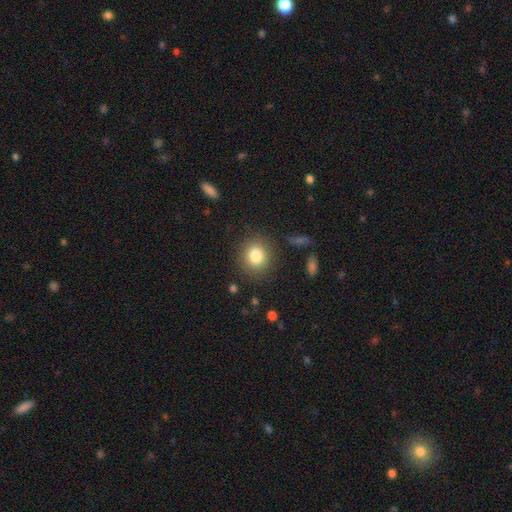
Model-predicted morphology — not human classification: type=smooth (82%); roundness=round (82%); merging=none (86%).